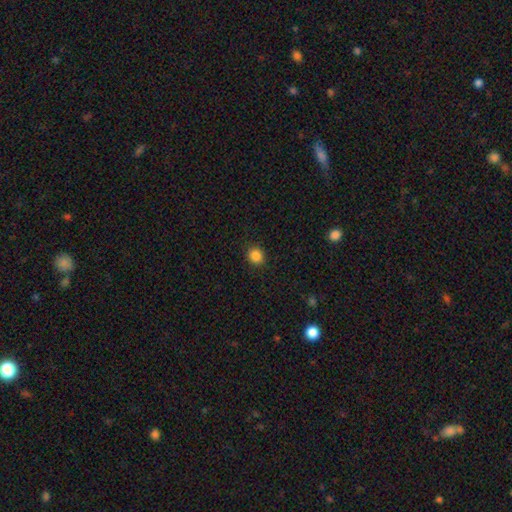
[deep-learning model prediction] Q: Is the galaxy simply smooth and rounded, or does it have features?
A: smooth — 86%.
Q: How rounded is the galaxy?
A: round — 85%.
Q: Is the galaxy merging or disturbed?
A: none — 91%.